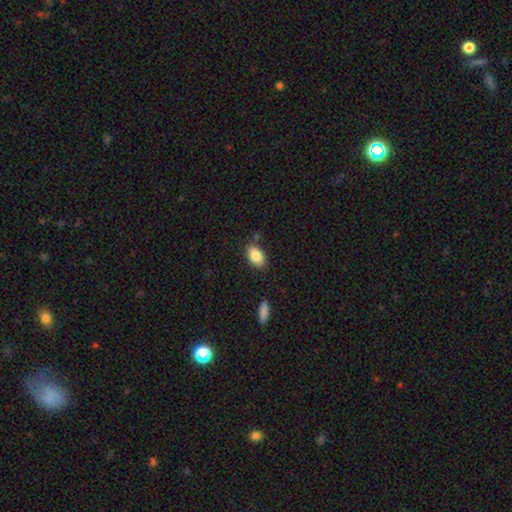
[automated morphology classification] Q: Smooth or featured?
A: smooth (86%); runner-up: featured or disk (7%)
Q: How rounded?
A: in between (92%); runner-up: round (6%)
Q: Merging?
A: none (79%); runner-up: minor disturbance (13%)